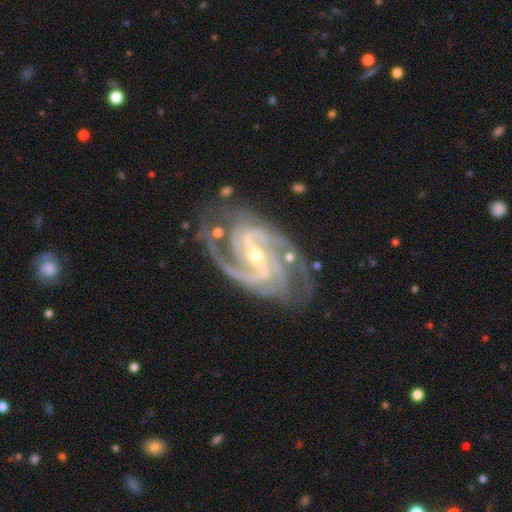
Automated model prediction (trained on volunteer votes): Smooth or featured? Predicted: featured or disk (p=0.94). Edge-on disk? Predicted: no (p=0.98). Bar? Predicted: weak (p=0.42). Spiral arms? Predicted: yes (p=0.99). Spiral winding? Predicted: medium (p=0.49). Spiral arm count? Predicted: 2 (p=0.35). Bulge size? Predicted: small (p=0.53). Merging? Predicted: none (p=0.72).